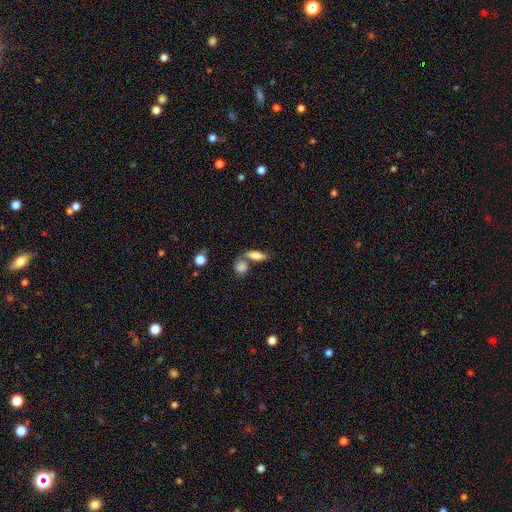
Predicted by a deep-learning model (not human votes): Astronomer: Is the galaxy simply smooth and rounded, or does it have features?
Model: smooth — 76%.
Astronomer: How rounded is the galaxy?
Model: in between — 65%.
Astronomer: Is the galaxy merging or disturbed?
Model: none — 45% (runner-up: merger, 38%).